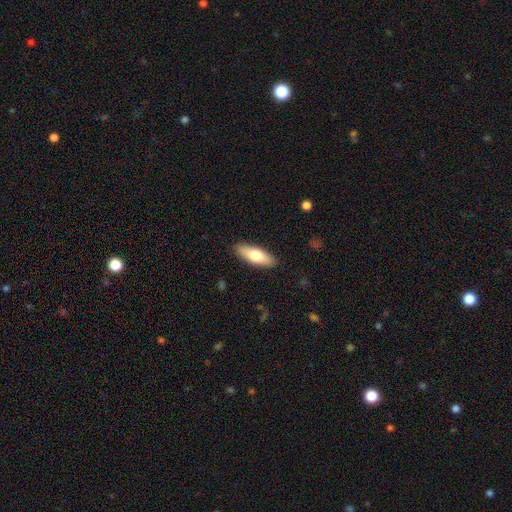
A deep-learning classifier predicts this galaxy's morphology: type=smooth (70%); roundness=in between (65%); merging=none (89%).